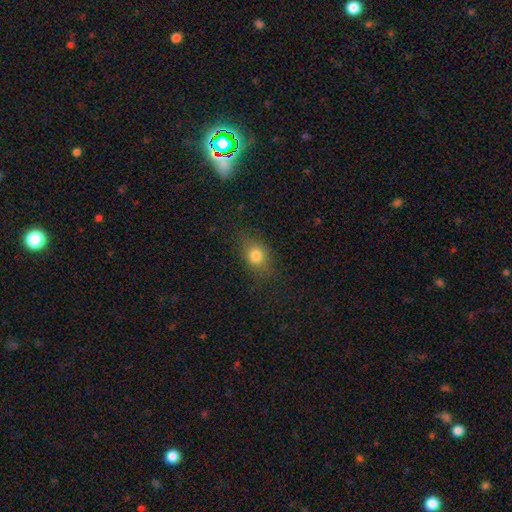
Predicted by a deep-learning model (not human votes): smooth-or-featured: smooth: 79% | star or artifact: 12% | featured or disk: 9%
  how-rounded: in between: 56% | round: 42% | cigar-shaped: 2%
  merging: none: 79% | minor disturbance: 15% | major disturbance: 5% | merger: 1%